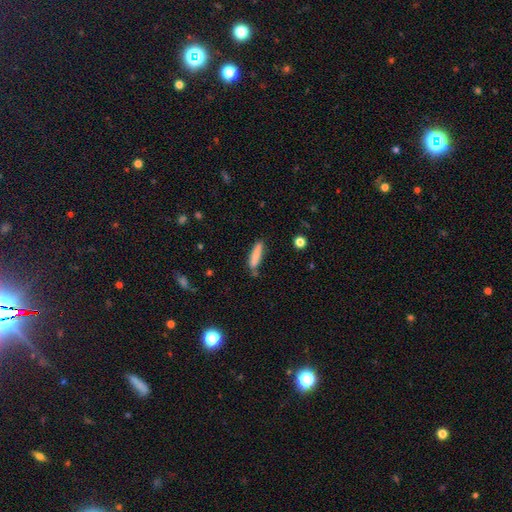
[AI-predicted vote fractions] The model was most divided on "merging": none: 73%, minor disturbance: 18%, merger: 6%, major disturbance: 4%. More confident: smooth or featured — smooth (81%); how rounded — cigar-shaped (80%).